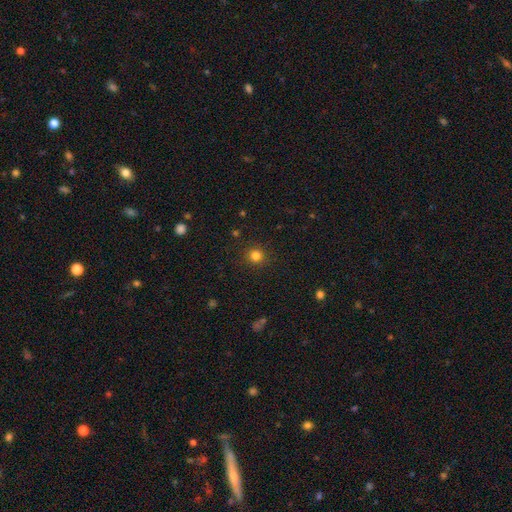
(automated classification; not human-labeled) Overall: smooth (81%). How rounded: round (93%). Merging: none (91%).